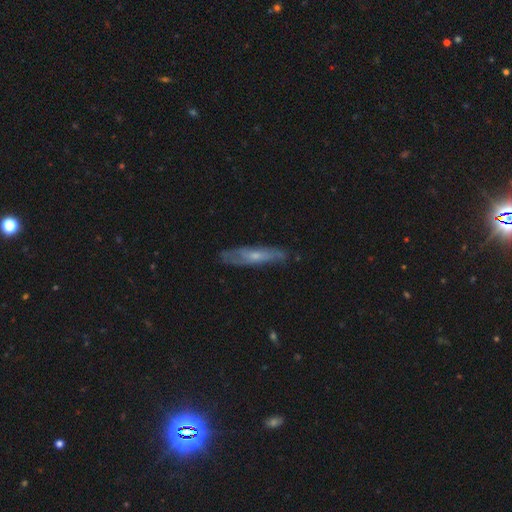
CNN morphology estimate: This appears to be a featured or disk galaxy (55%) viewed edge-on (61%). Merging: none (75%).